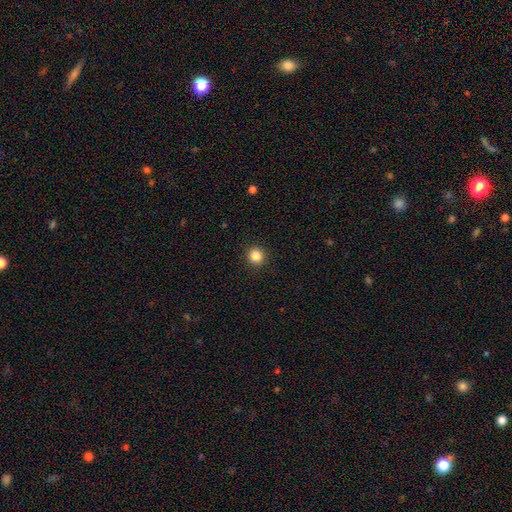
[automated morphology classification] type=smooth (86%); roundness=round (91%); merging=none (92%).